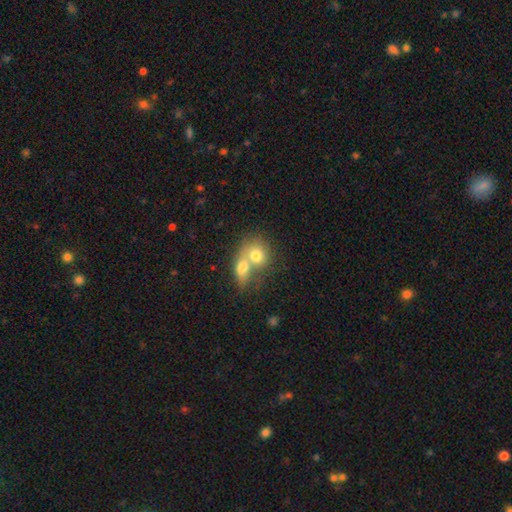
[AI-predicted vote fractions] smooth_or_featured: smooth (p=0.72) [alt: featured or disk p=0.20]
how_rounded: round (p=0.61) [alt: in between p=0.37]
merging: merger (p=0.70) [alt: none p=0.20]